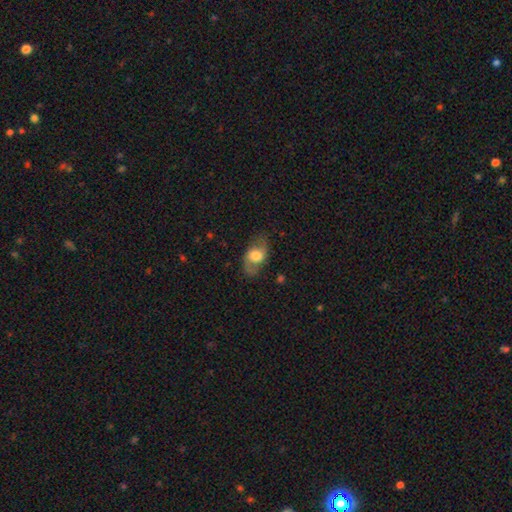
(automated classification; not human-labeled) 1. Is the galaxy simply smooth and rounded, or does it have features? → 51% featured or disk, 42% smooth, 8% star or artifact.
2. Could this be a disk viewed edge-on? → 90% no, 10% yes.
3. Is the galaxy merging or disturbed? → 72% none, 18% minor disturbance, 9% major disturbance, 1% merger.